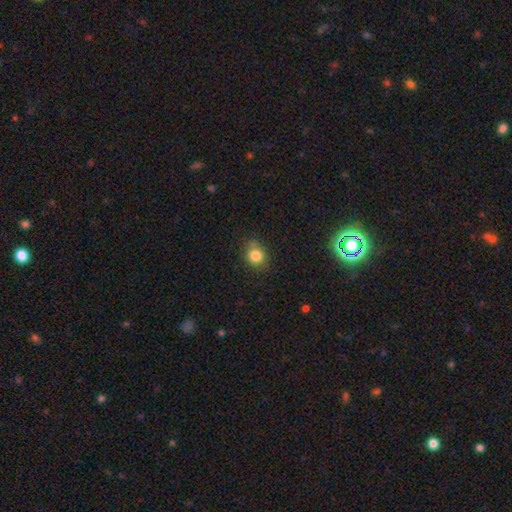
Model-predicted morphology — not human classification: smooth 83%, star or artifact 11%, featured or disk 6%. Down the decision tree: how rounded — round (70%); merging — none (71%).